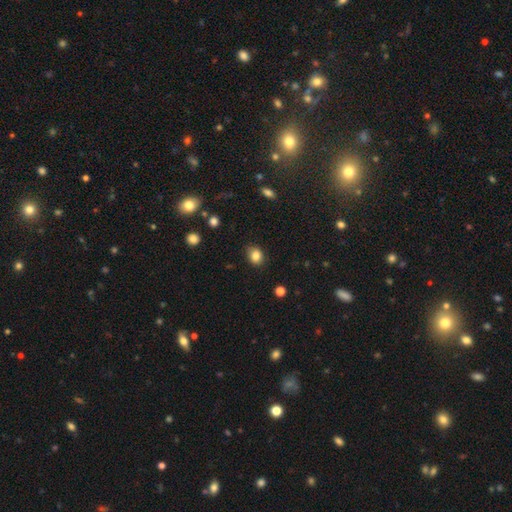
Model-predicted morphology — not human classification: Smooth or featured: smooth — 84% (star or artifact — 10%)
How rounded: round — 50% (in between — 49%)
Merging: none — 80% (minor disturbance — 15%)